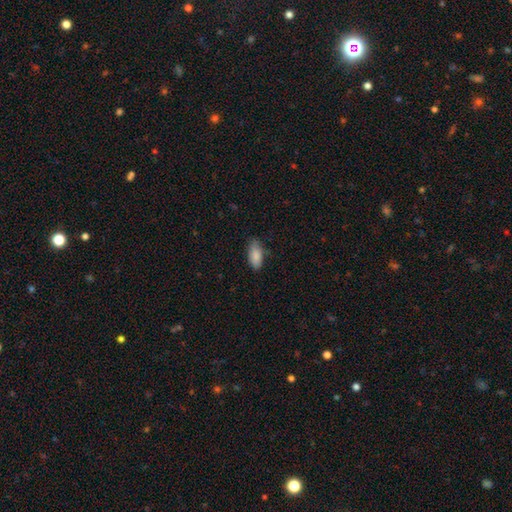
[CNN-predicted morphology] A smooth galaxy with no disk features (87%) that is in between round and cigar-shaped (89%).

Vote fractions:
- Smooth or featured? smooth: 87% / featured or disk: 6% / star or artifact: 6%
- How rounded? in between: 89% / cigar-shaped: 9% / round: 2%
- Merging? none: 72% / minor disturbance: 23% / major disturbance: 4% / merger: 1%